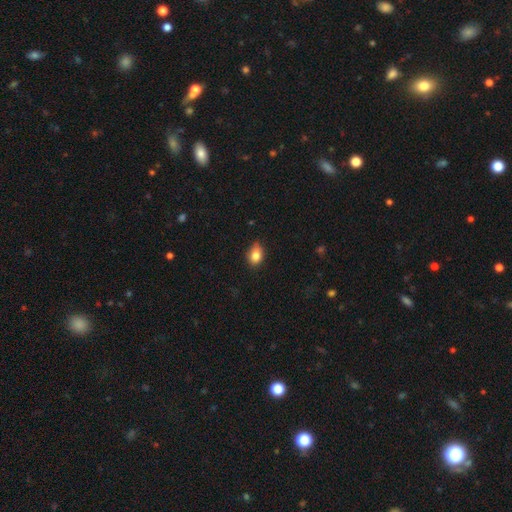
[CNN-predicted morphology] This is clearly a smooth galaxy (83%). How rounded: likely in between (67%). Merging: likely none (68%).